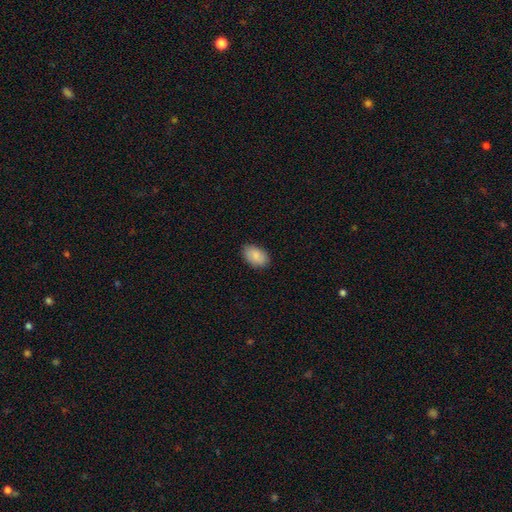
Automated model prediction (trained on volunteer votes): Smooth or featured? Predicted: smooth (p=0.88). How rounded? Predicted: in between (p=0.91). Merging? Predicted: none (p=0.86).